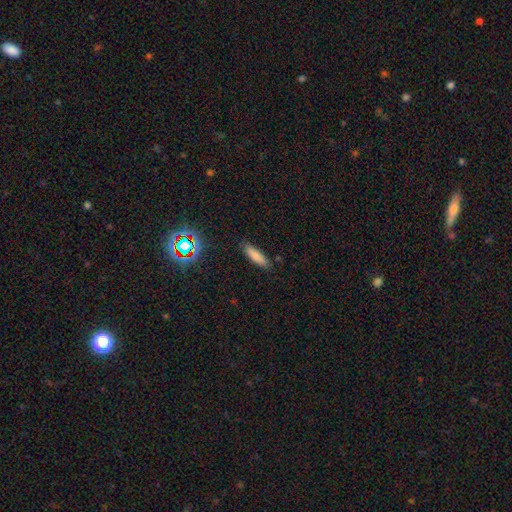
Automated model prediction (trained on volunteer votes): smooth 82%, star or artifact 10%, featured or disk 8%. Down the decision tree: how rounded — cigar-shaped (61%); merging — none (85%).